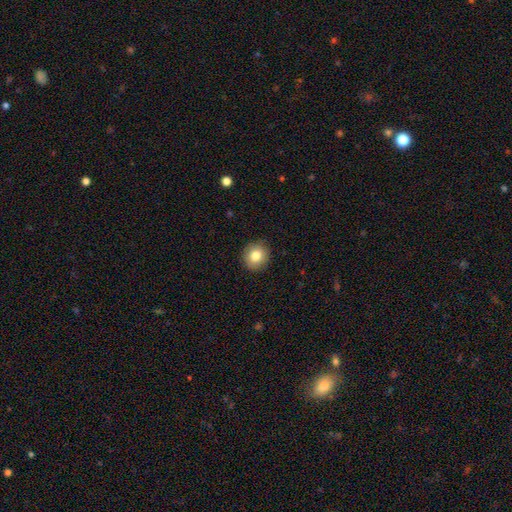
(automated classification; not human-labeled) This is clearly a smooth galaxy (82%). How rounded: clearly round (90%). Merging: clearly none (91%).